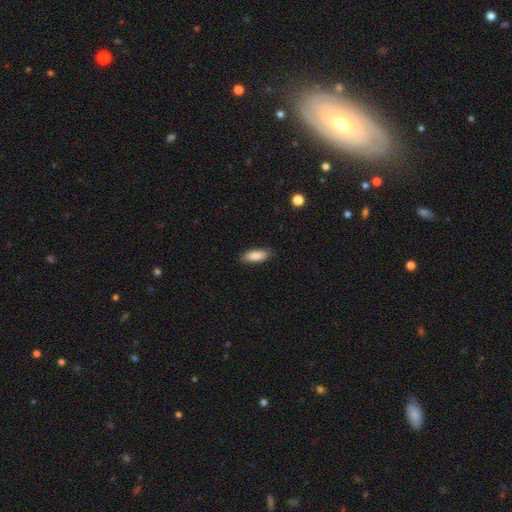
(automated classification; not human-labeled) The model was most divided on "how rounded": in between: 75%, cigar-shaped: 23%, round: 2%. More confident: smooth or featured — smooth (86%); merging — none (86%).